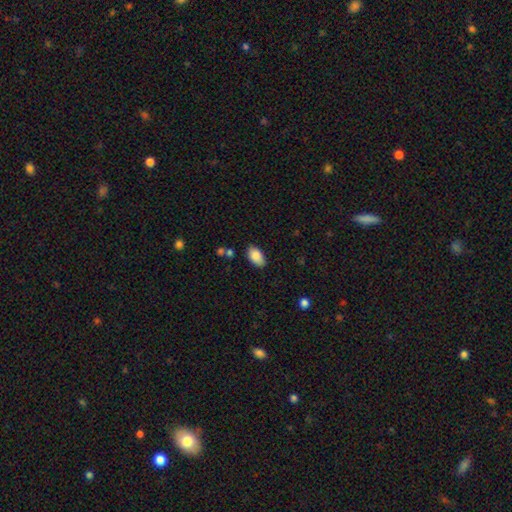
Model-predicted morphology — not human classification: This is clearly a smooth galaxy (87%). How rounded: clearly in between (94%). Merging: clearly none (81%).